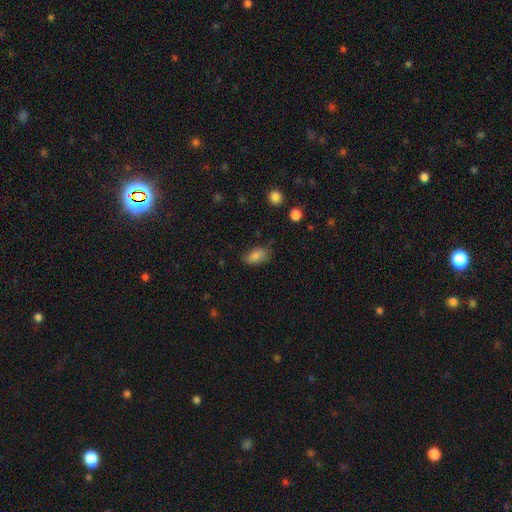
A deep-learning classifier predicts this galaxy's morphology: Smooth or featured? smooth (83%)
How rounded? in between (90%)
Merging? none (73%)